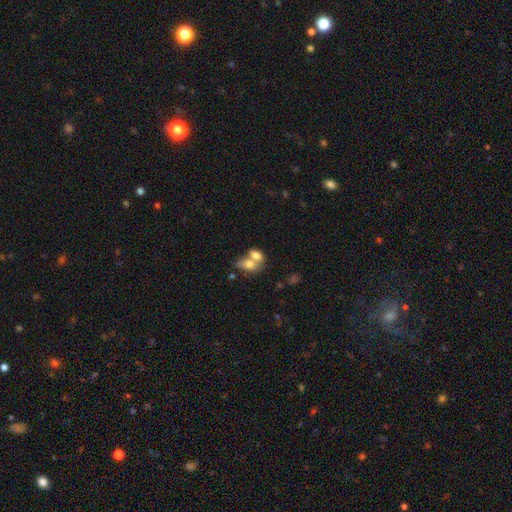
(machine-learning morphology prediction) Smooth or featured: smooth — 74% (featured or disk — 18%)
How rounded: in between — 79% (round — 18%)
Merging: merger — 70% (none — 19%)